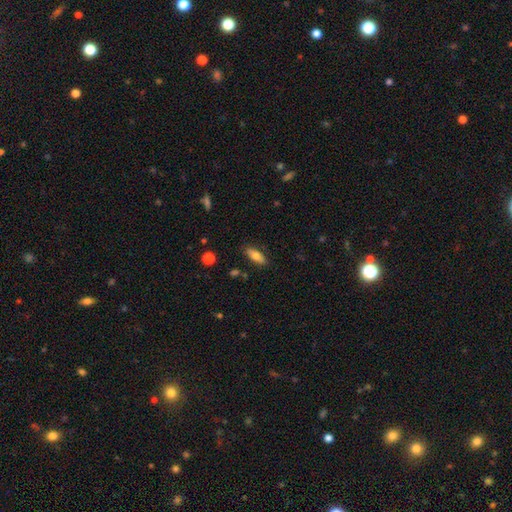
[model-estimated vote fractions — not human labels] Morphology: type=smooth (76%); roundness=in between (71%); merging=none (85%).